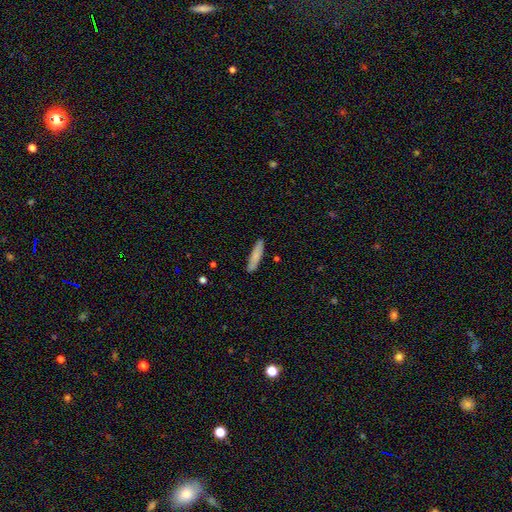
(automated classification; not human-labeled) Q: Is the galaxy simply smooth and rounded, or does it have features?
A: smooth — 82%.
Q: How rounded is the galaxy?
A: cigar-shaped — 79%.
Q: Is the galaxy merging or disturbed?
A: none — 86%.